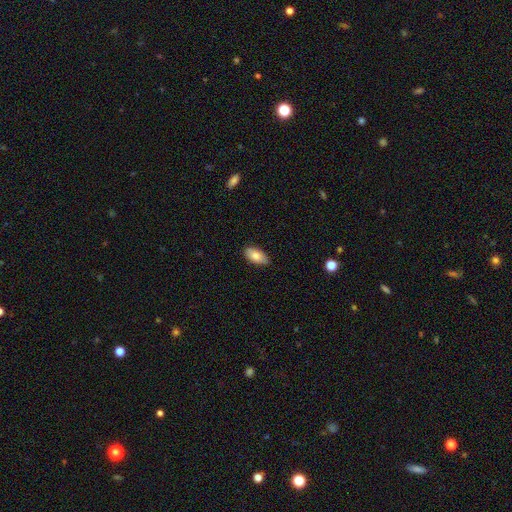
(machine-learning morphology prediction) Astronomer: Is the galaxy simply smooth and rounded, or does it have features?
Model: smooth — 82%.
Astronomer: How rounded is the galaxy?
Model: in between — 93%.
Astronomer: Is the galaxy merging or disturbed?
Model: none — 87%.